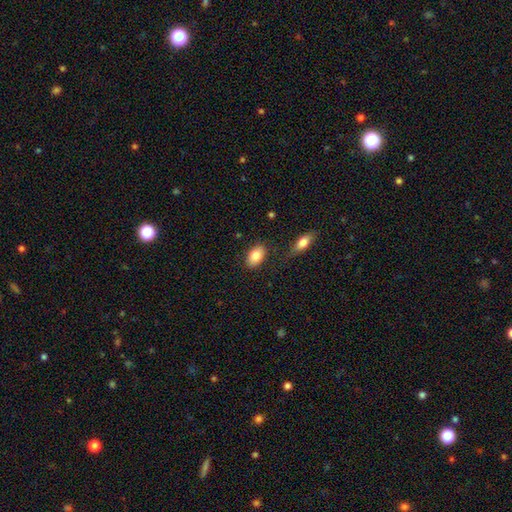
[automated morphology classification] The model was most divided on "merging": none: 82%, minor disturbance: 11%, merger: 4%, major disturbance: 3%. More confident: how rounded — in between (91%); smooth or featured — smooth (84%).